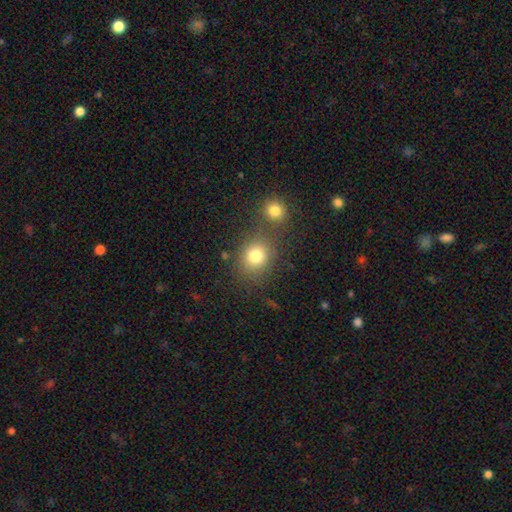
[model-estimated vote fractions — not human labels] This appears to be a smooth galaxy with no disk features (79%) that is round (67%). Merging: none (64%).